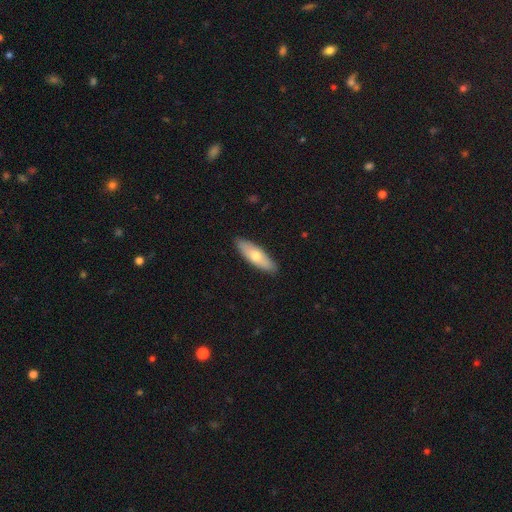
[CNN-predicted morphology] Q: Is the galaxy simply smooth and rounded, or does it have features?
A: smooth — 64%.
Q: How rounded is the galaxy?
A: in between — 54%.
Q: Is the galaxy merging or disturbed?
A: none — 89%.